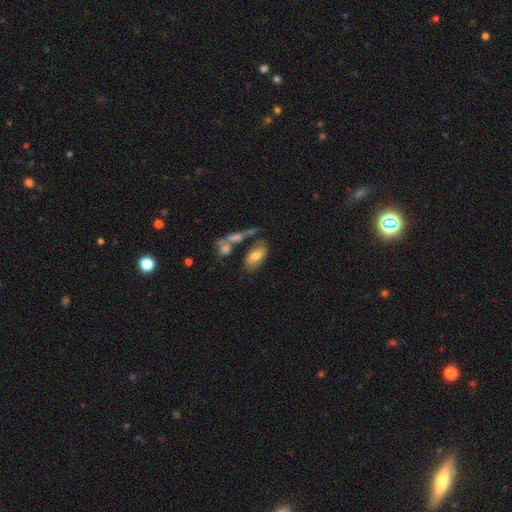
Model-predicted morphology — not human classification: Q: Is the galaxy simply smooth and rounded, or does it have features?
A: smooth — 68%.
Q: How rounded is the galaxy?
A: in between — 90%.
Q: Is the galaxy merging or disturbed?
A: none — 56%.